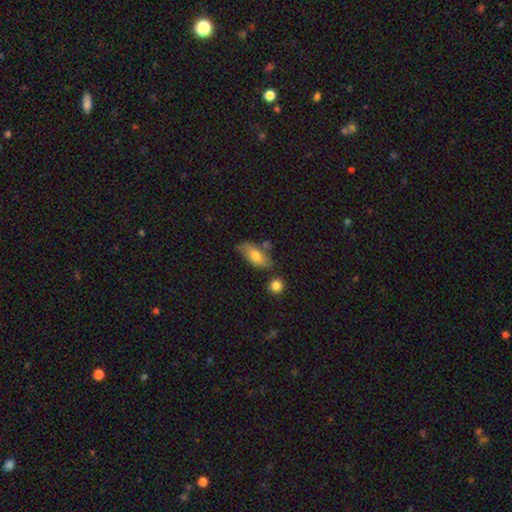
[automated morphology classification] Q: Smooth or featured?
A: smooth (69%); runner-up: featured or disk (23%)
Q: How rounded?
A: in between (85%); runner-up: cigar-shaped (12%)
Q: Merging?
A: none (58%); runner-up: minor disturbance (25%)